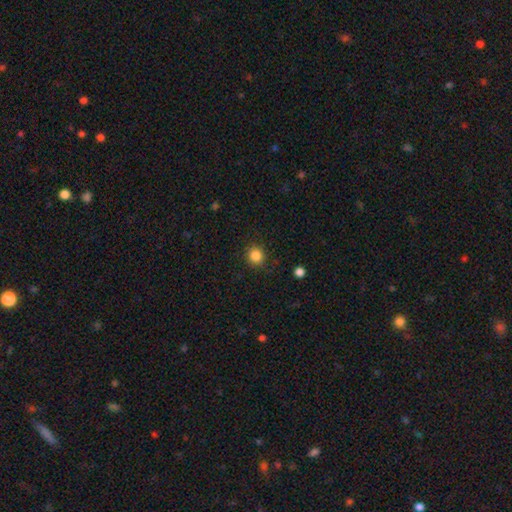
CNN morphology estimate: Q: Smooth or featured?
A: smooth (85%); runner-up: star or artifact (11%)
Q: How rounded?
A: round (87%); runner-up: in between (12%)
Q: Merging?
A: none (88%); runner-up: minor disturbance (8%)